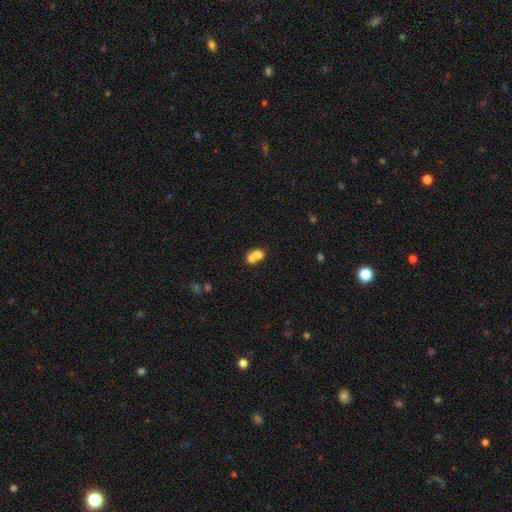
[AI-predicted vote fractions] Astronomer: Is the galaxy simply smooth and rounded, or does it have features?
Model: smooth — 69%.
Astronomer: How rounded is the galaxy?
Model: round — 51% (runner-up: in between, 47%).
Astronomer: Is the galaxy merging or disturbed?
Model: merger — 70%.